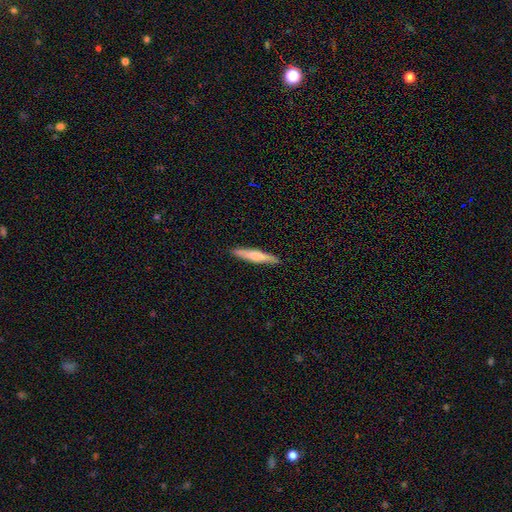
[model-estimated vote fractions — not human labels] The model was most divided on "smooth or featured": smooth: 60%, featured or disk: 35%, star or artifact: 5%. More confident: how rounded — cigar-shaped (92%); merging — none (90%).